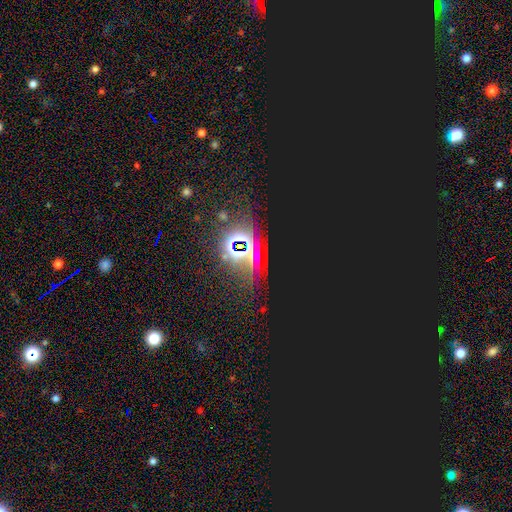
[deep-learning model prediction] Overall: star or artifact (82%).